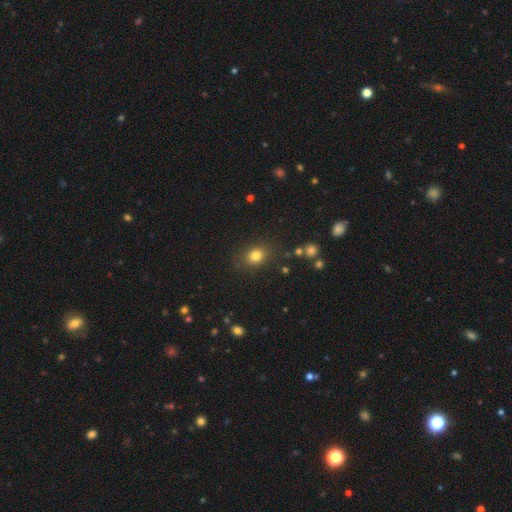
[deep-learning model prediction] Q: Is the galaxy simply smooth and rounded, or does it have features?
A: smooth — 79%.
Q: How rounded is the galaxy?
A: round — 51%.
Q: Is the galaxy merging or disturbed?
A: none — 84%.